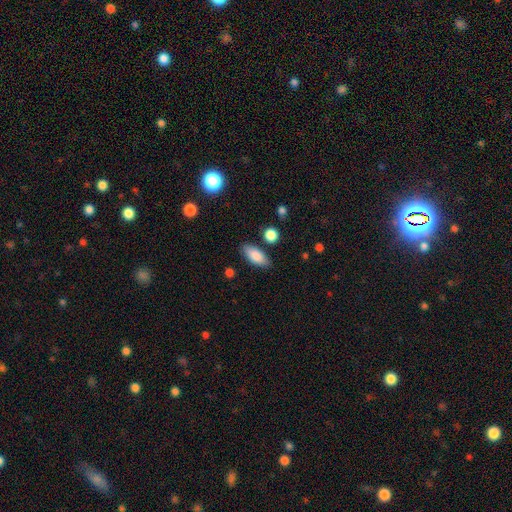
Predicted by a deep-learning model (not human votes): Smooth or featured? smooth (84%)
How rounded? in between (84%)
Merging? none (83%)